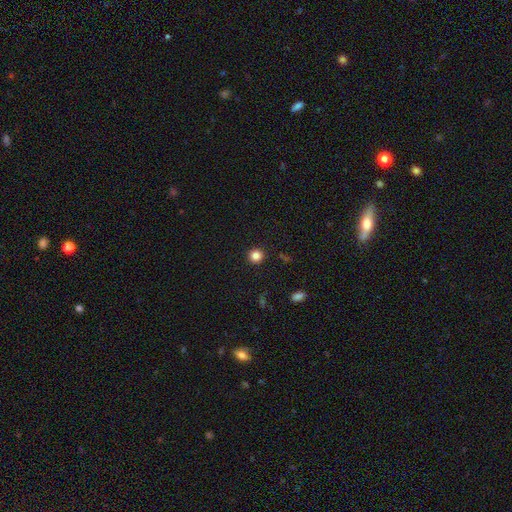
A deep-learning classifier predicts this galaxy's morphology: Smooth or featured?
  - smooth: 84% *
  - star or artifact: 12%
  - featured or disk: 4%
How rounded?
  - round: 94% *
  - in between: 5%
  - cigar-shaped: 1%
Merging?
  - none: 92% *
  - minor disturbance: 5%
  - major disturbance: 2%
  - merger: 1%